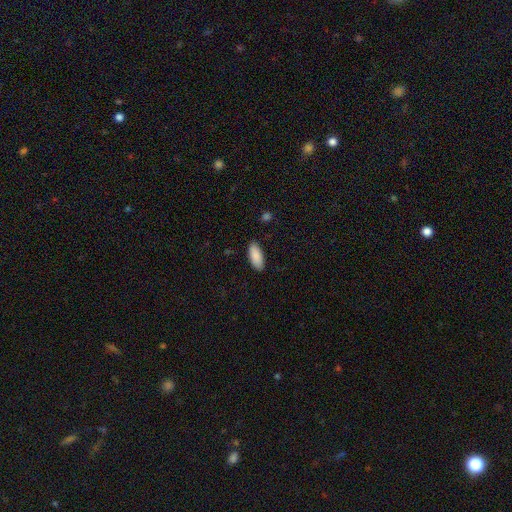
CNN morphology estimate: Overall: smooth (90%). How rounded: in between (86%). Merging: none (87%).